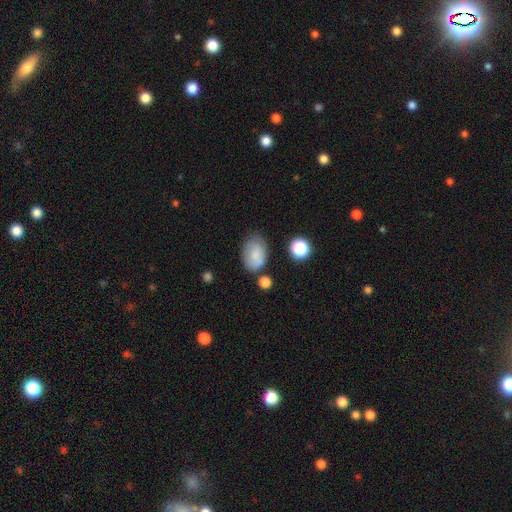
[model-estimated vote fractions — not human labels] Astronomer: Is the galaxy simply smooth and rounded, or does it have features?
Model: smooth — 78%.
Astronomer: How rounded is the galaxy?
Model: in between — 84%.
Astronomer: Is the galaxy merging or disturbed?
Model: none — 63%.